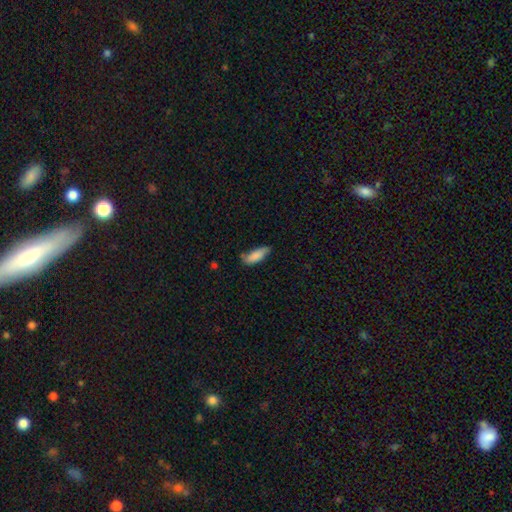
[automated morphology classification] Q: Smooth or featured?
A: smooth (85%); runner-up: featured or disk (9%)
Q: How rounded?
A: in between (66%); runner-up: cigar-shaped (32%)
Q: Merging?
A: none (60%); runner-up: minor disturbance (31%)